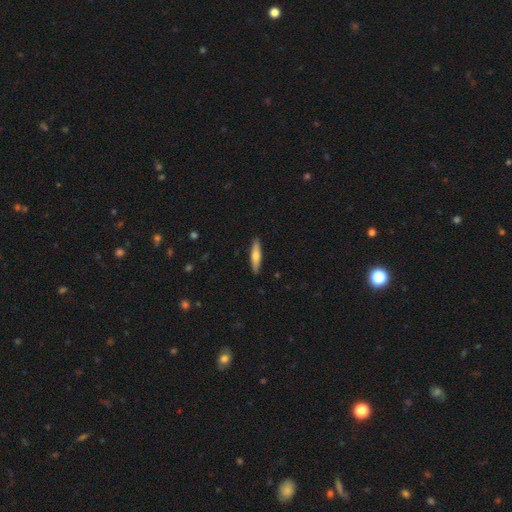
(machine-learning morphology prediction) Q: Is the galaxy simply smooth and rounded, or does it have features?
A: smooth — 63%.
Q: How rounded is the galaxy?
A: cigar-shaped — 79%.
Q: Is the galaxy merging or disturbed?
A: none — 90%.